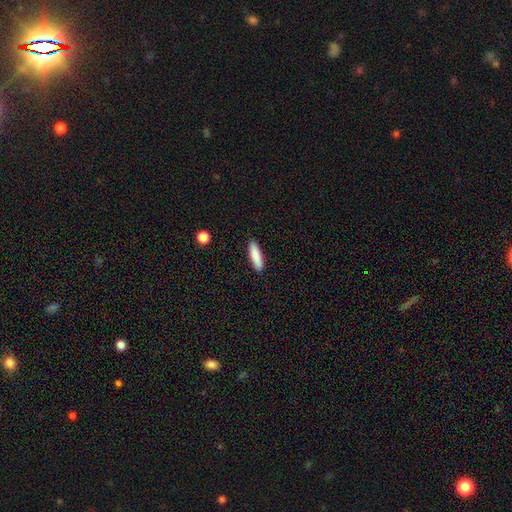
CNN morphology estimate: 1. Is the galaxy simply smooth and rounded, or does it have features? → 86% smooth, 8% featured or disk, 6% star or artifact.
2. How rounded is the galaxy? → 68% cigar-shaped, 30% in between, 1% round.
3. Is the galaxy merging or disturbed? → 89% none, 8% minor disturbance, 2% major disturbance, 1% merger.